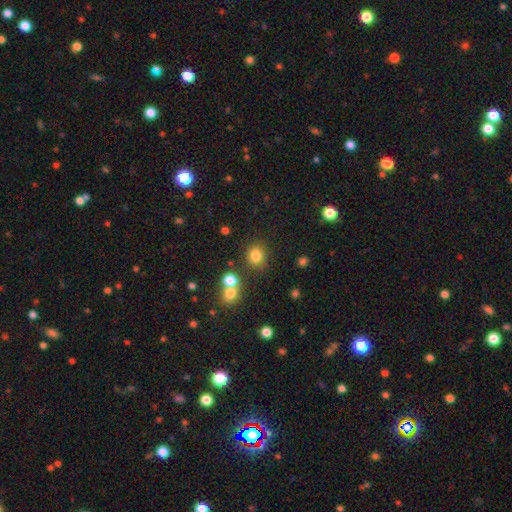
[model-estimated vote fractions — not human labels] This is clearly a smooth galaxy (81%). How rounded: likely round (78%). Merging: likely none (76%).